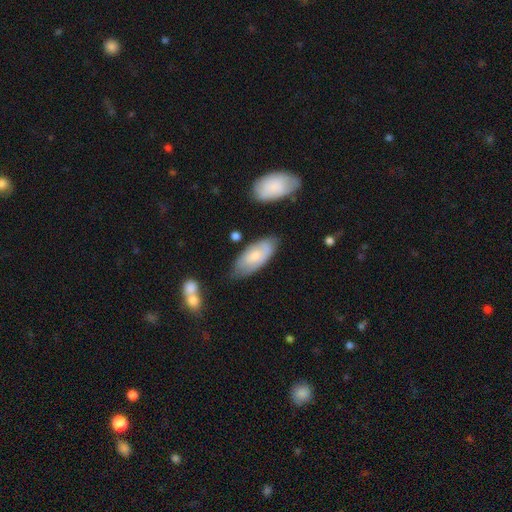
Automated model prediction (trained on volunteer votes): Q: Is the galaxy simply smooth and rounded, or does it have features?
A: smooth — 60%.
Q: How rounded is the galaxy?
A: in between — 88%.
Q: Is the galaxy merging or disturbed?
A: none — 66%.